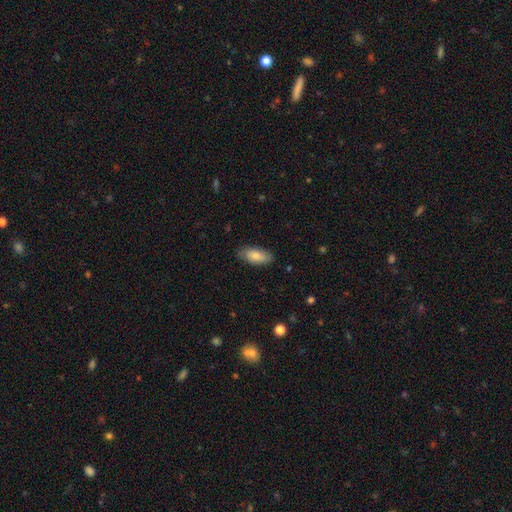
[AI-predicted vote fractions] smooth_or_featured: smooth (p=0.77) [alt: featured or disk p=0.17]
how_rounded: in between (p=0.89) [alt: cigar-shaped p=0.09]
merging: none (p=0.81) [alt: minor disturbance p=0.15]